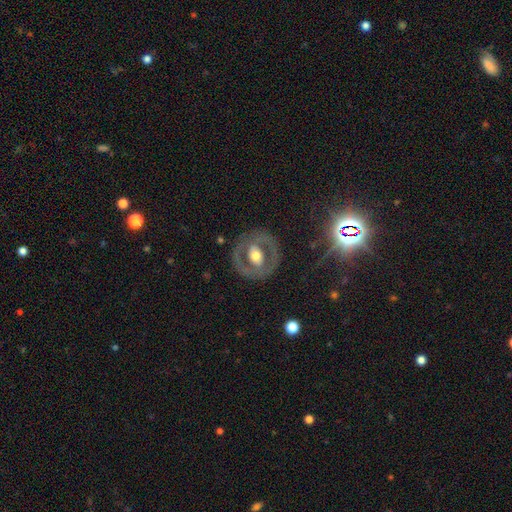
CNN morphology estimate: The model was most divided on "bar": no: 50%, weak: 29%, strong: 21%. More confident: edge-on disk — no (95%); merging — none (78%); spiral arms — no (69%); smooth or featured — featured or disk (66%); bulge size — moderate (65%).